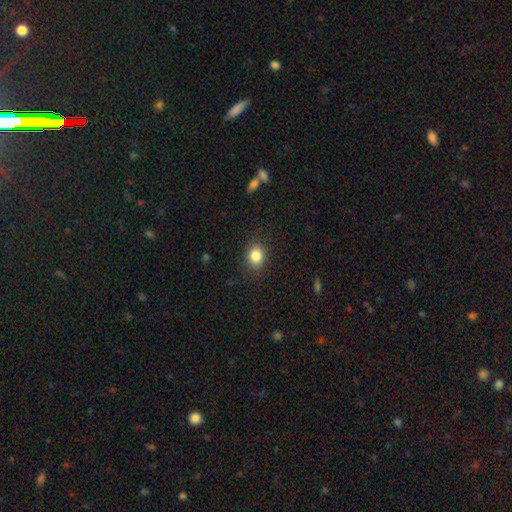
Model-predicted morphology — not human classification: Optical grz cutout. It shows a smooth galaxy with no disk features (84%) that is round (59%). Merging: none (85%).